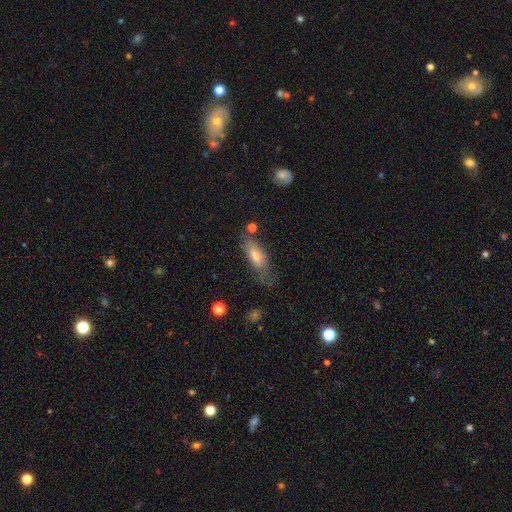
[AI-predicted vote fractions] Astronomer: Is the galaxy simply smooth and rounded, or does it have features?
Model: smooth — 57% (runner-up: featured or disk, 34%).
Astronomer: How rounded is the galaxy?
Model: in between — 55% (runner-up: cigar-shaped, 43%).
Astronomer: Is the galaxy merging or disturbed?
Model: none — 60%.